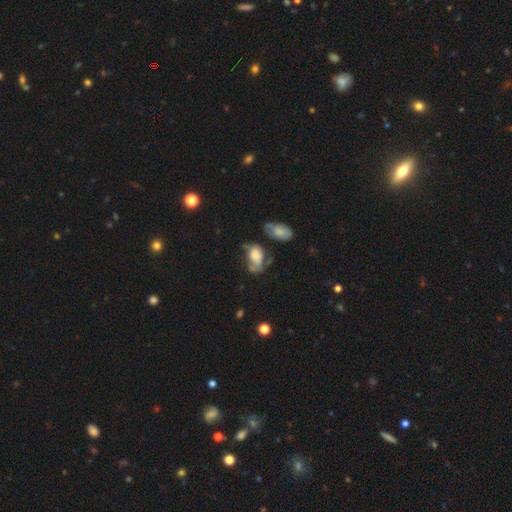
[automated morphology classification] Overall: smooth (66%). How rounded: in between (87%). Merging: minor disturbance (31%; none 30%).